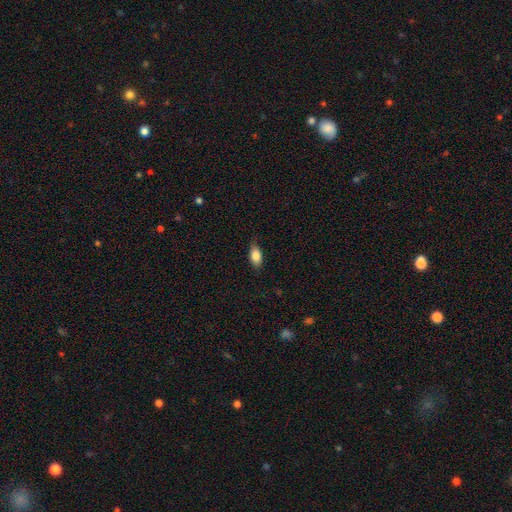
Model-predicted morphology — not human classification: Overall: smooth (83%). How rounded: in between (88%). Merging: none (79%).